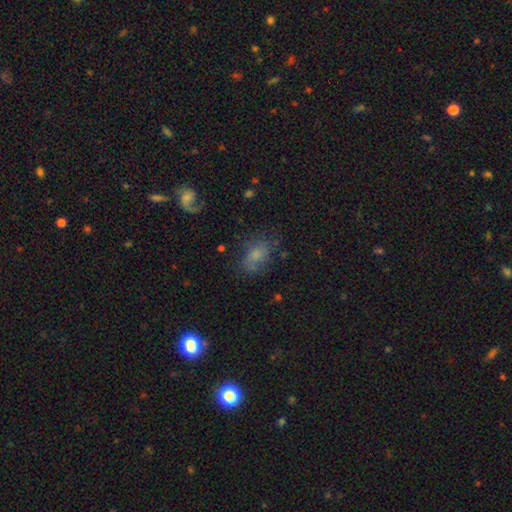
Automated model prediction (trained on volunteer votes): This is likely a smooth galaxy (63%). How rounded: likely in between (79%). Merging: possibly none (57%).